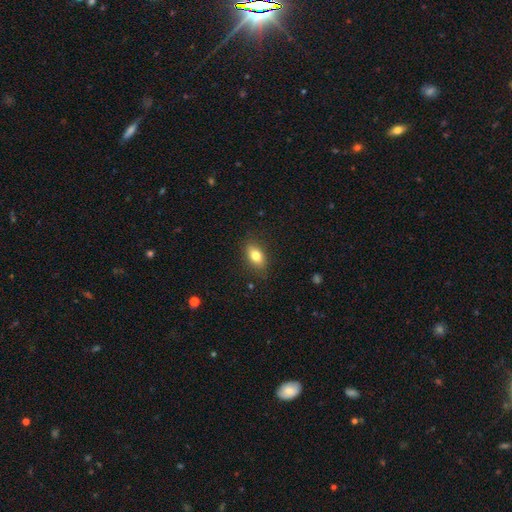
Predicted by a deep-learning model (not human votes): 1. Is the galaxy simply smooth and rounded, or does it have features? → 80% smooth, 12% featured or disk, 8% star or artifact.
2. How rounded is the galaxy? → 85% in between, 10% round, 5% cigar-shaped.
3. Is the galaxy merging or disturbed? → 85% none, 11% minor disturbance, 3% major disturbance, 1% merger.